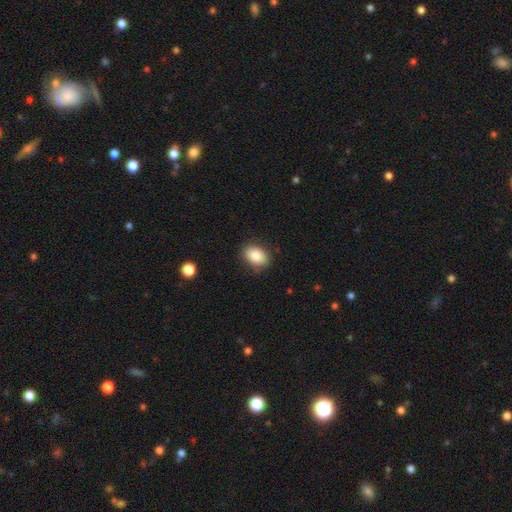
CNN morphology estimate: Smooth or featured?
  - smooth: 84% *
  - star or artifact: 8%
  - featured or disk: 8%
How rounded?
  - in between: 76% *
  - round: 23%
  - cigar-shaped: 1%
Merging?
  - none: 85% *
  - minor disturbance: 11%
  - major disturbance: 3%
  - merger: 1%